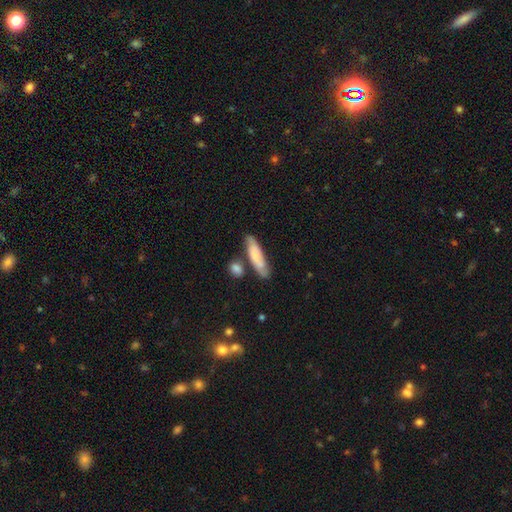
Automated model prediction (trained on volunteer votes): This is likely a smooth galaxy (64%). How rounded: likely cigar-shaped (64%). Merging: likely none (63%).